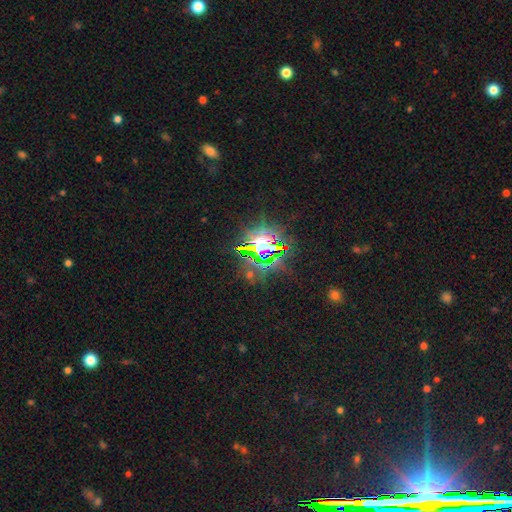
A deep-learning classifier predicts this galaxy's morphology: type=star or artifact (83%).